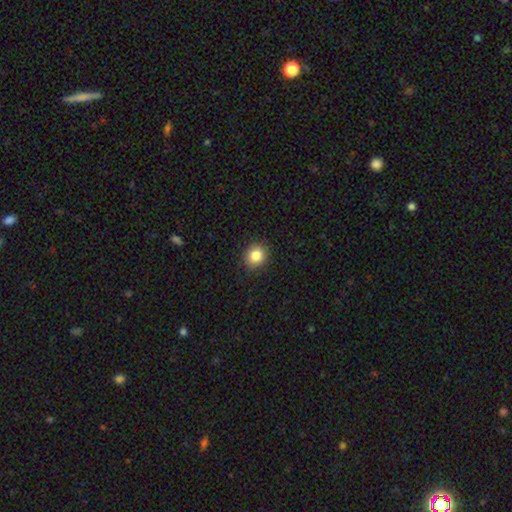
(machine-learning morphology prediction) Smooth or featured?
  - smooth: 84% *
  - star or artifact: 10%
  - featured or disk: 5%
How rounded?
  - round: 81% *
  - in between: 18%
  - cigar-shaped: 1%
Merging?
  - none: 90% *
  - minor disturbance: 7%
  - major disturbance: 2%
  - merger: 1%